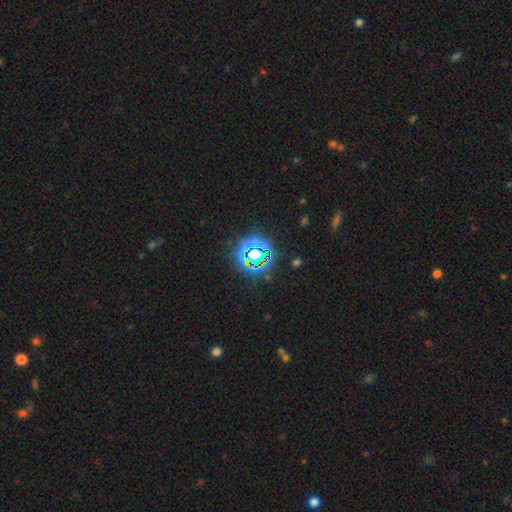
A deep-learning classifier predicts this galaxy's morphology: type=star or artifact (71%).